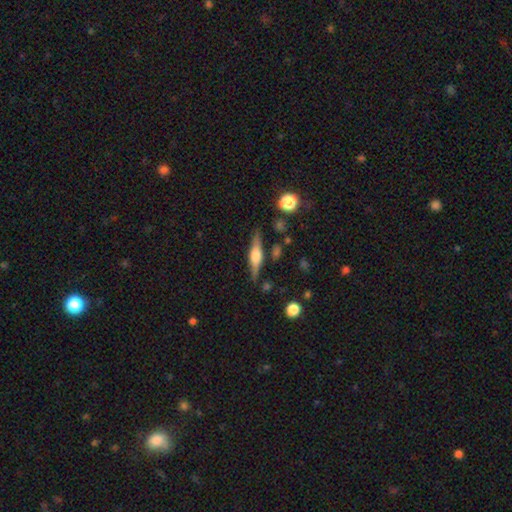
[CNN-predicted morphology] Smooth or featured? Predicted: featured or disk (p=0.67). Edge-on disk? Predicted: yes (p=0.96). Edge-on bulge? Predicted: rounded (p=0.82). Merging? Predicted: none (p=0.84).